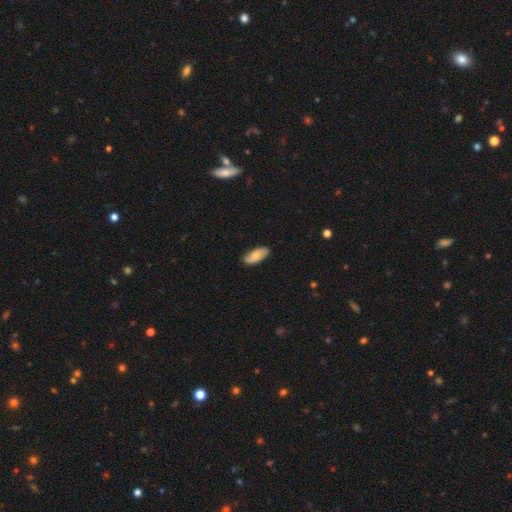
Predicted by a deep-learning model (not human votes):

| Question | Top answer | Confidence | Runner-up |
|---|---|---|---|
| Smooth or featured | smooth | 68% | featured or disk (26%) |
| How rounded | in between | 86% | cigar-shaped (12%) |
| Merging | none | 85% | minor disturbance (12%) |